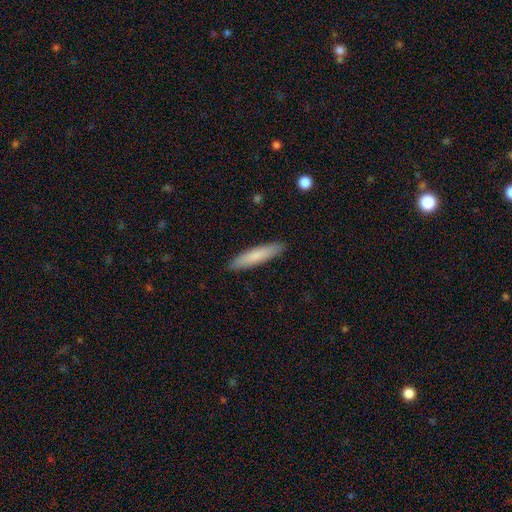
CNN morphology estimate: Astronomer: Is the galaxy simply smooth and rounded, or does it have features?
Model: smooth — 80%.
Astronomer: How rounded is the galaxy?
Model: cigar-shaped — 85%.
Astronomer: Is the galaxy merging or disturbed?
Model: none — 90%.